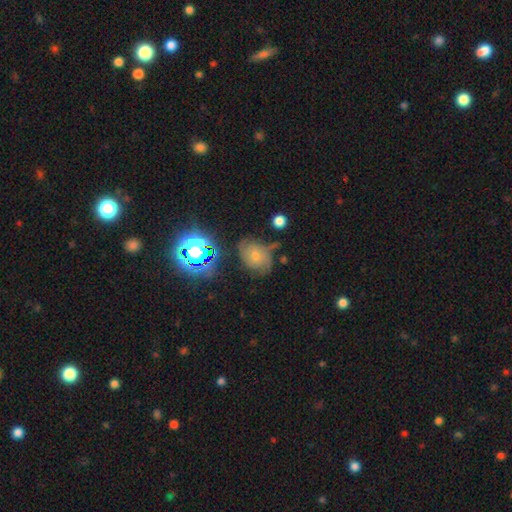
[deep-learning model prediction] smooth-or-featured: smooth: 42% | featured or disk: 38% | star or artifact: 21%
  merging: none: 52% | minor disturbance: 28% | major disturbance: 14% | merger: 6%